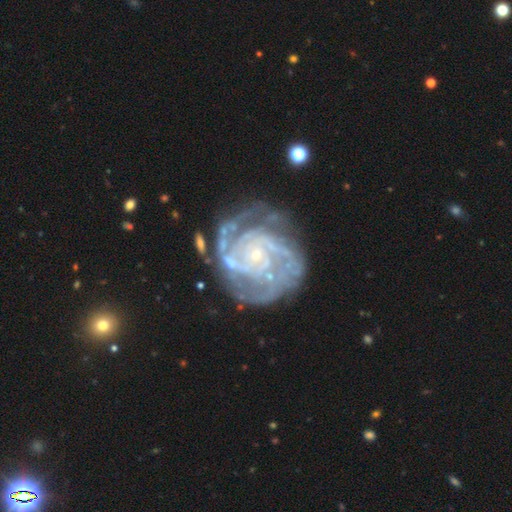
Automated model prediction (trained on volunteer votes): Smooth or featured?
  - featured or disk: 90% *
  - star or artifact: 6%
  - smooth: 4%
Edge-on disk?
  - no: 98% *
  - yes: 2%
Bar?
  - no: 74% *
  - weak: 19%
  - strong: 7%
Spiral arms?
  - yes: 98% *
  - no: 2%
Spiral winding?
  - tight: 66% *
  - medium: 29%
  - loose: 5%
Spiral arm count?
  - 2: 32% *
  - 3: 24%
  - can't tell: 17%
  - 4: 13%
  - more than 4: 7%
  - 1: 7%
Bulge size?
  - small: 86% *
  - moderate: 8%
  - none: 3%
  - large: 1%
  - dominant: 1%
Merging?
  - none: 66% *
  - minor disturbance: 20%
  - major disturbance: 11%
  - merger: 3%